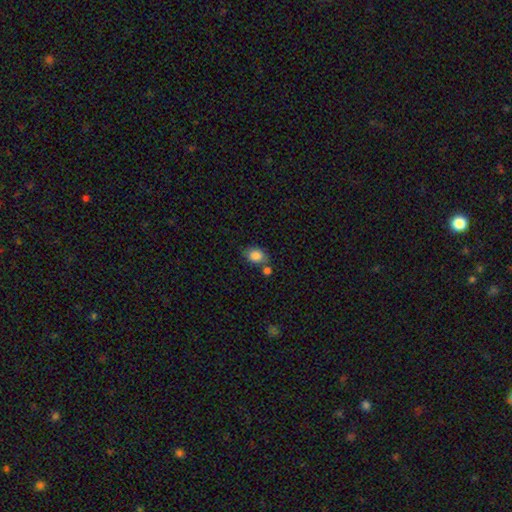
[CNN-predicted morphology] Smooth or featured: smooth — 86% (star or artifact — 9%)
How rounded: in between — 63% (round — 35%)
Merging: none — 60% (merger — 19%)